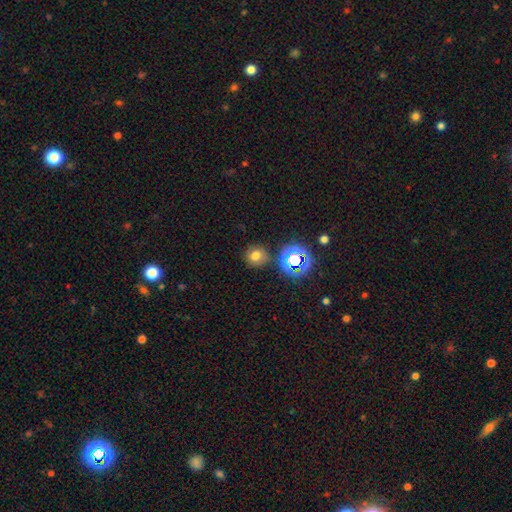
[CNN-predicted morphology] The model was most divided on "smooth or featured": smooth: 69%, star or artifact: 22%, featured or disk: 9%. More confident: how rounded — round (87%); merging — none (81%).